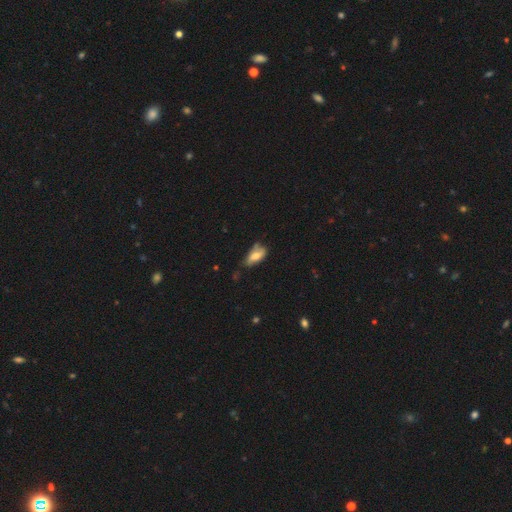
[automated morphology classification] type=smooth (65%); roundness=in between (86%); merging=minor disturbance (40%, tied with none).